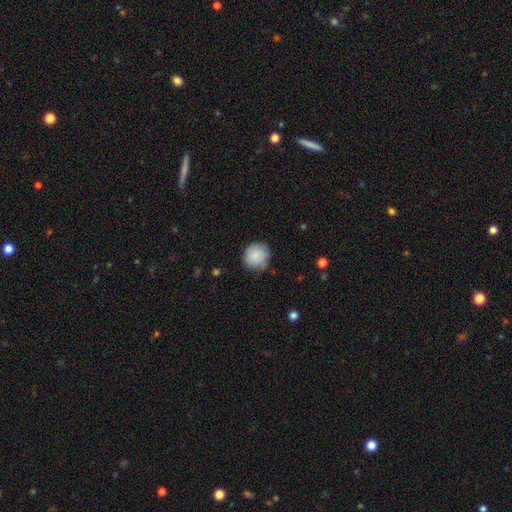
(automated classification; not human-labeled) Overall: smooth (82%). How rounded: round (91%). Merging: none (79%).